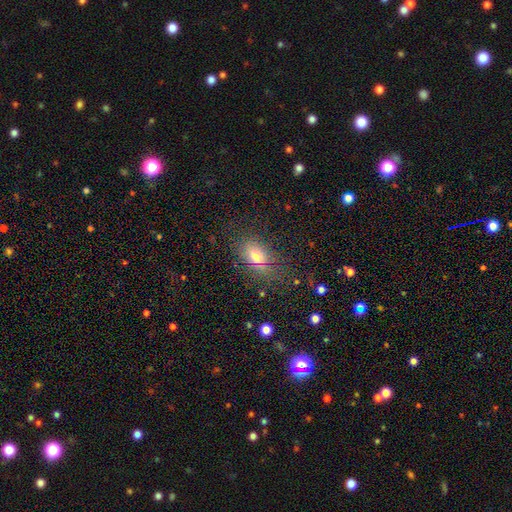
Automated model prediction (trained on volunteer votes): smooth-or-featured: smooth: 64% | star or artifact: 19% | featured or disk: 17%
  how-rounded: in between: 75% | round: 20% | cigar-shaped: 5%
  merging: none: 70% | minor disturbance: 17% | major disturbance: 9% | merger: 3%